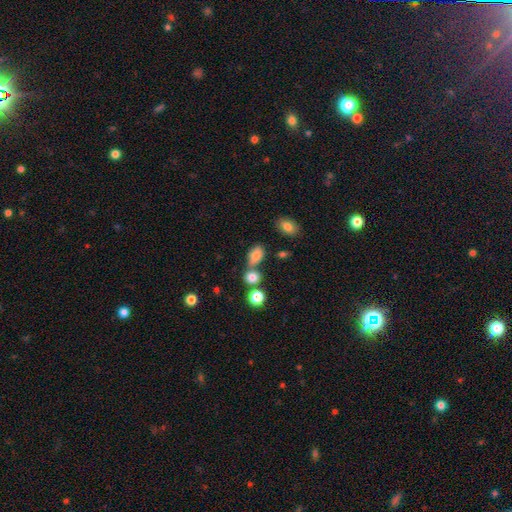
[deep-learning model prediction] Overall: smooth (80%). How rounded: in between (78%). Merging: none (53%; merger 28%).